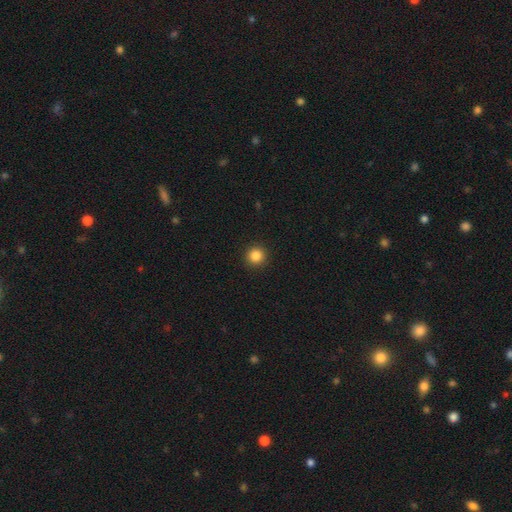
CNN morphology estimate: smooth 86%, star or artifact 11%, featured or disk 3%. Down the decision tree: how rounded — round (95%); merging — none (93%).